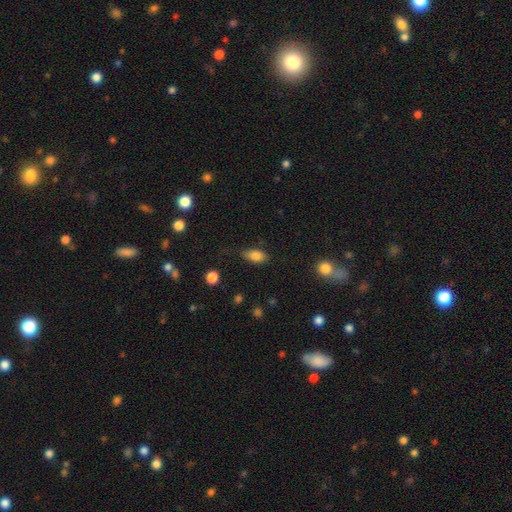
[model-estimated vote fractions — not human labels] smooth_or_featured: smooth (p=0.83) [alt: star or artifact p=0.09]
how_rounded: in between (p=0.88) [alt: round p=0.06]
merging: none (p=0.73) [alt: minor disturbance p=0.20]